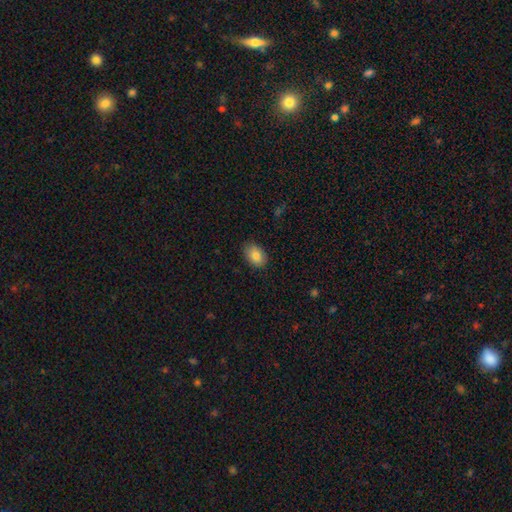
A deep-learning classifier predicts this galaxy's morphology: Smooth or featured? Predicted: smooth (p=0.85). How rounded? Predicted: in between (p=0.82). Merging? Predicted: none (p=0.86).